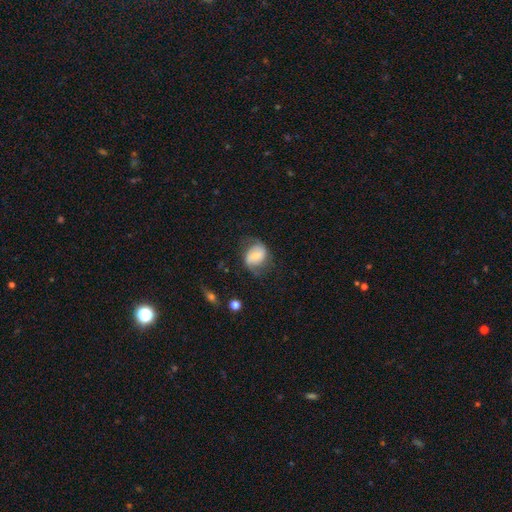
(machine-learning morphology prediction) featured or disk 52%, smooth 40%, star or artifact 8%. Down the decision tree: edge-on disk — no (97%); bar — weak (43%); spiral arms — yes (84%); bulge size — small (43%); merging — none (59%).